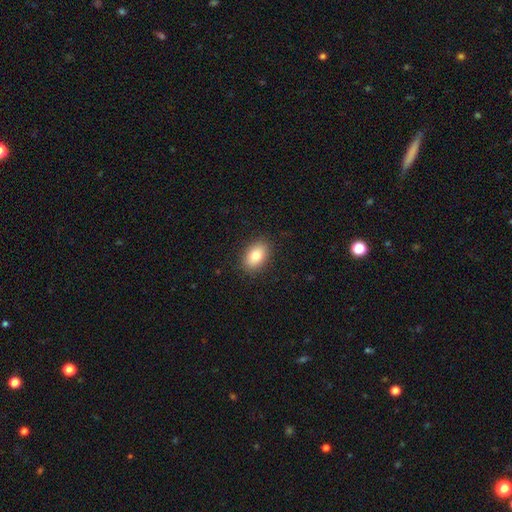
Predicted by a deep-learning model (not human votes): Smooth or featured? Predicted: smooth (p=0.81). How rounded? Predicted: in between (p=0.84). Merging? Predicted: none (p=0.88).